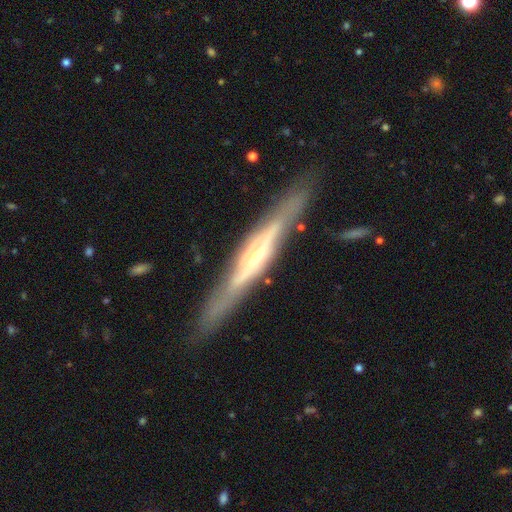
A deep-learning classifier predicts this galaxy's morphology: featured or disk 80%, smooth 14%, star or artifact 6%. Down the decision tree: edge-on disk — yes (90%); edge-on bulge — rounded (72%); merging — none (84%).